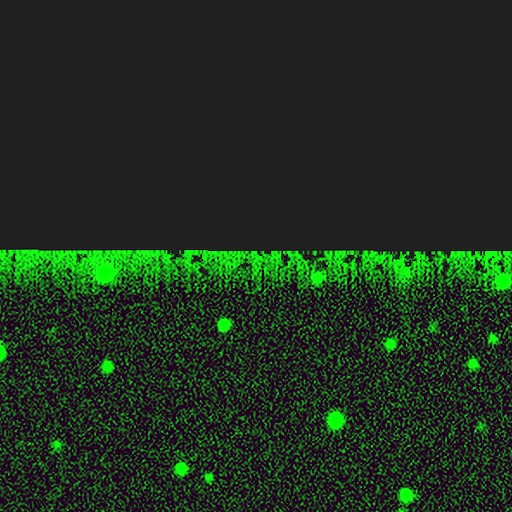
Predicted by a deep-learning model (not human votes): Smooth or featured? Predicted: star or artifact (p=0.85).